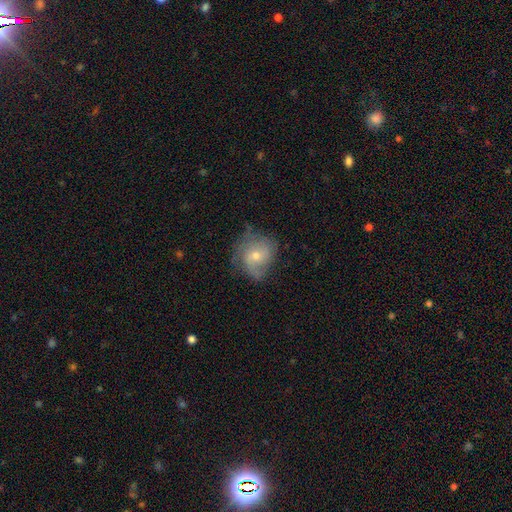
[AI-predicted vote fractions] Overall: featured or disk (55%; smooth 35%). Edge-on disk: no (96%). Bar: no (69%). Spiral arms: yes (80%). Bulge size: small (48%; moderate 47%). Merging: none (59%; minor disturbance 27%).